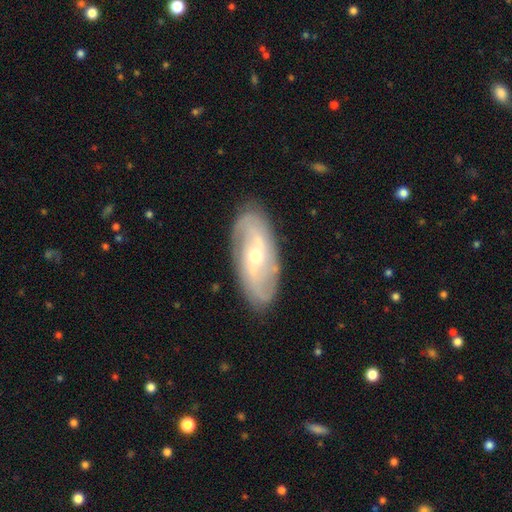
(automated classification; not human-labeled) Smooth or featured?
  - featured or disk: 80% *
  - smooth: 14%
  - star or artifact: 6%
Edge-on disk?
  - no: 91% *
  - yes: 9%
Bar?
  - no: 42% *
  - weak: 41%
  - strong: 17%
Spiral arms?
  - yes: 89% *
  - no: 11%
Spiral winding?
  - tight: 41% *
  - medium: 37%
  - loose: 22%
Spiral arm count?
  - 2: 59% *
  - can't tell: 24%
  - 3: 8%
  - 4: 3%
  - 1: 3%
  - more than 4: 3%
Bulge size?
  - moderate: 52% *
  - small: 45%
  - large: 2%
  - none: 1%
  - dominant: 1%
Merging?
  - none: 85% *
  - minor disturbance: 11%
  - major disturbance: 3%
  - merger: 1%